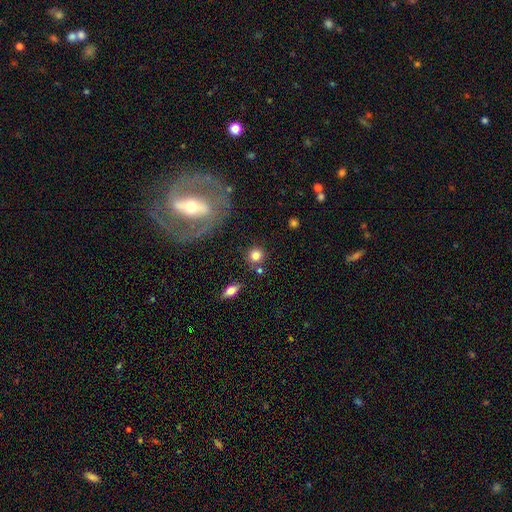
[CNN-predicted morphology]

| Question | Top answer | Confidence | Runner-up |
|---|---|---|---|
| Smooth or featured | smooth | 81% | star or artifact (10%) |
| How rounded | round | 91% | in between (8%) |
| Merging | none | 79% | minor disturbance (9%) |